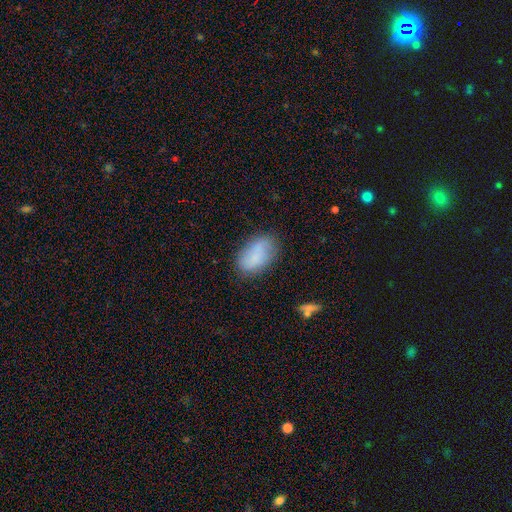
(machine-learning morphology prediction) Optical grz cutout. It shows a smooth galaxy with no disk features (77%) that is in between round and cigar-shaped (91%). Merging: none (71%).